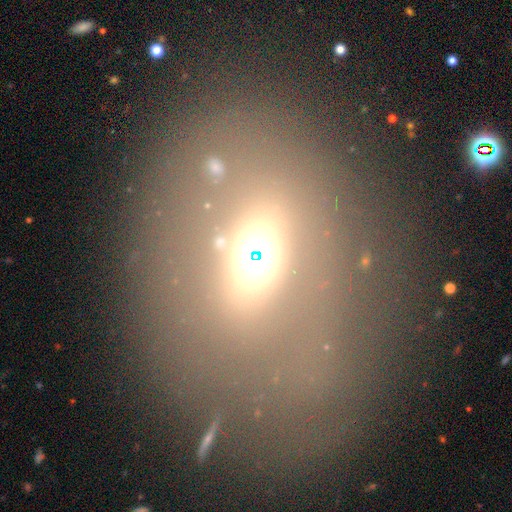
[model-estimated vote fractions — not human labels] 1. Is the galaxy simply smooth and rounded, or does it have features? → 50% smooth, 26% star or artifact, 24% featured or disk.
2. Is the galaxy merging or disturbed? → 72% none, 13% minor disturbance, 10% major disturbance, 5% merger.